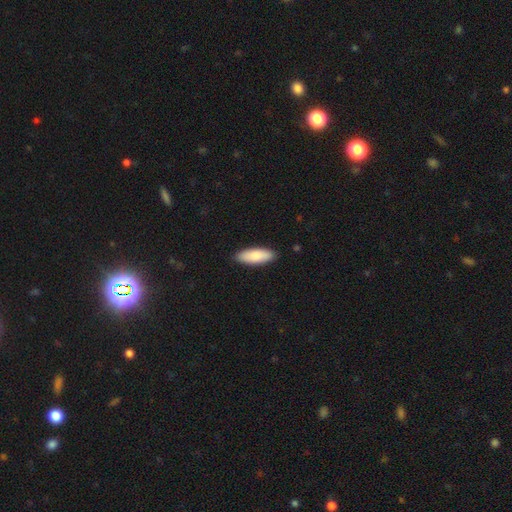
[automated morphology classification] This appears to be a smooth galaxy with no disk features (86%) that is in between round and cigar-shaped (66%). Merging: none (89%).